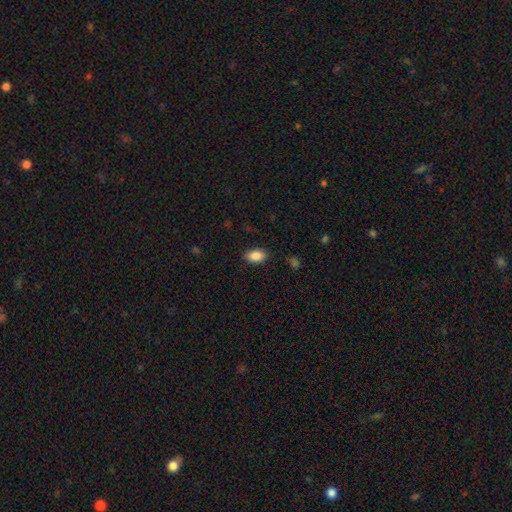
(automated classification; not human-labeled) Smooth or featured?
  - smooth: 88% *
  - star or artifact: 8%
  - featured or disk: 5%
How rounded?
  - in between: 90% *
  - round: 9%
  - cigar-shaped: 2%
Merging?
  - none: 86% *
  - minor disturbance: 10%
  - major disturbance: 3%
  - merger: 1%